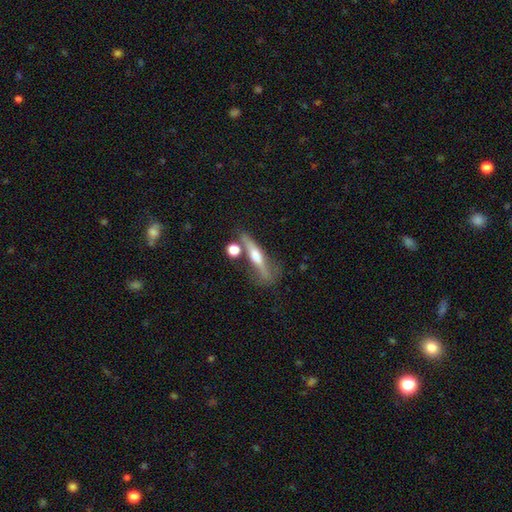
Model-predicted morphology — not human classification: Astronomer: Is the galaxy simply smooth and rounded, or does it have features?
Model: featured or disk — 60%.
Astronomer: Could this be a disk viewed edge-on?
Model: yes — 88%.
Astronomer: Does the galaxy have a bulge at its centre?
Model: rounded — 85%.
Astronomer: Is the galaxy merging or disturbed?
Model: none — 59%.